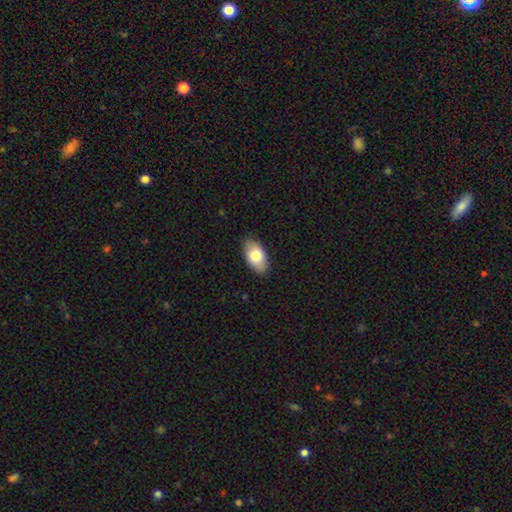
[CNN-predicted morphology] Q: Smooth or featured?
A: smooth (80%); runner-up: featured or disk (14%)
Q: How rounded?
A: in between (94%); runner-up: round (4%)
Q: Merging?
A: none (86%); runner-up: minor disturbance (11%)